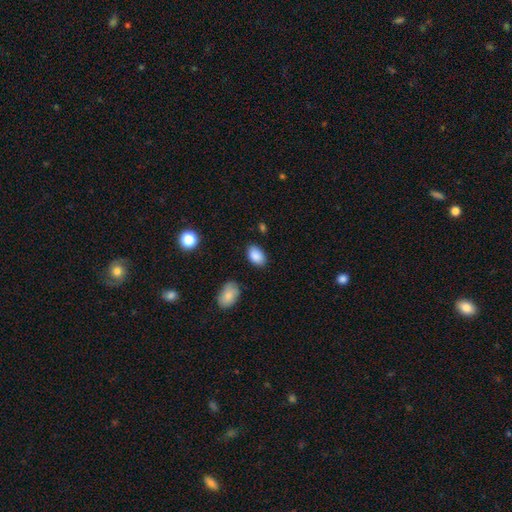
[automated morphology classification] Smooth or featured: smooth — 89% (star or artifact — 7%)
How rounded: in between — 90% (round — 9%)
Merging: none — 85% (minor disturbance — 11%)